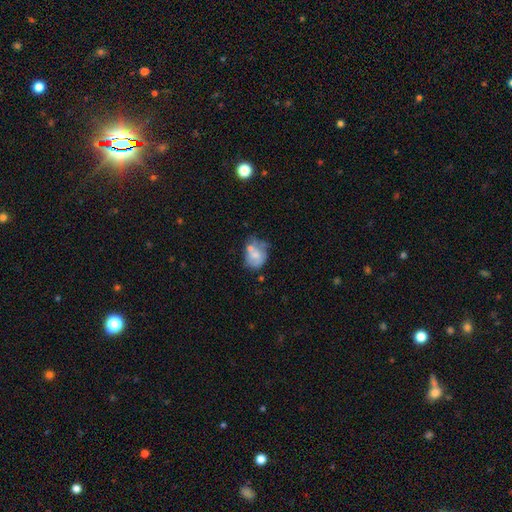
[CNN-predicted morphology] Smooth or featured? Predicted: smooth (p=0.56). How rounded? Predicted: in between (p=0.55). Merging? Predicted: merger (p=0.30).